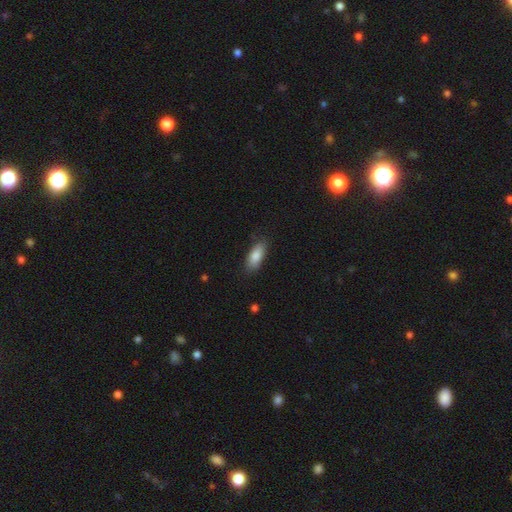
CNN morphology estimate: type=smooth (85%); roundness=in between (80%); merging=none (81%).